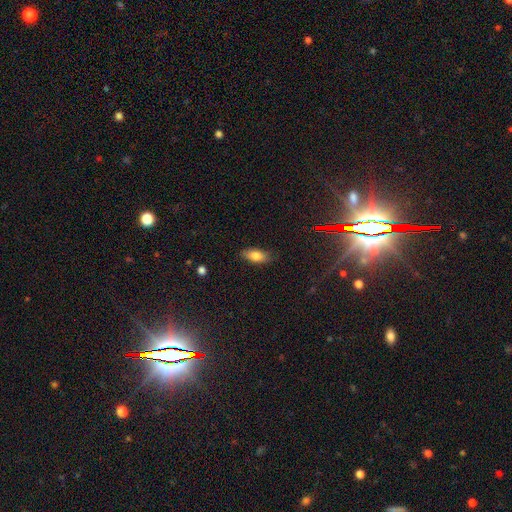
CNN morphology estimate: The model was most divided on "smooth or featured": smooth: 77%, featured or disk: 14%, star or artifact: 8%. More confident: merging — none (83%); how rounded — in between (83%).